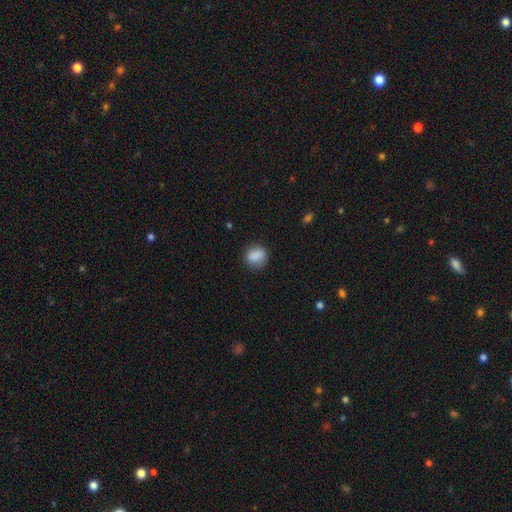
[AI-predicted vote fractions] A smooth galaxy with no disk features (87%) that is round (67%).

Vote fractions:
- Smooth or featured? smooth: 87% / star or artifact: 8% / featured or disk: 5%
- How rounded? round: 67% / in between: 32% / cigar-shaped: 1%
- Merging? none: 83% / minor disturbance: 13% / major disturbance: 3% / merger: 1%